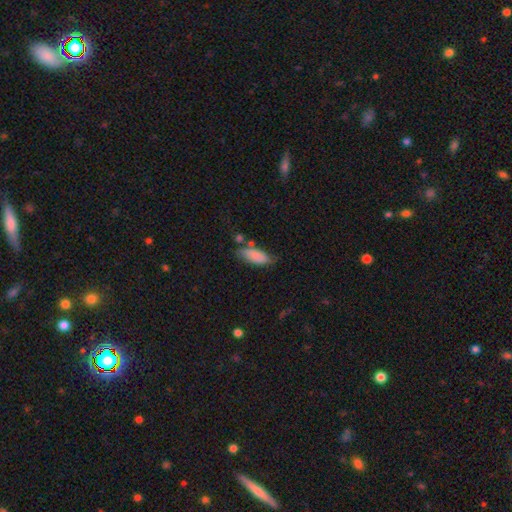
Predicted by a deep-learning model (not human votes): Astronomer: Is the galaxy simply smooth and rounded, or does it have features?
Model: smooth — 81%.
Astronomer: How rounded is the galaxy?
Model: in between — 79%.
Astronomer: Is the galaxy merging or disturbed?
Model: none — 58%.